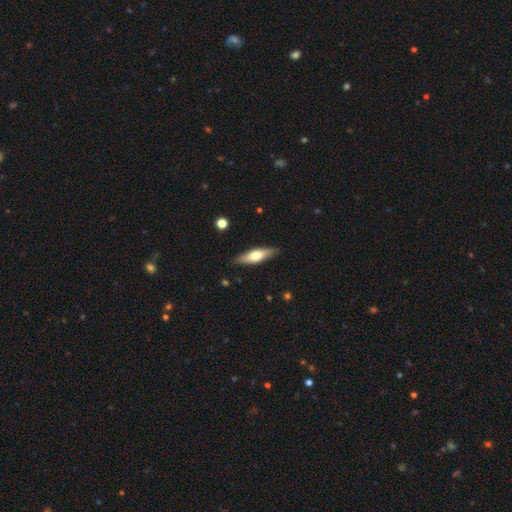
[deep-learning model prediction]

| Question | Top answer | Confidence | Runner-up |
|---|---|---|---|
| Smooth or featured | smooth | 55% | featured or disk (39%) |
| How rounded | cigar-shaped | 57% | in between (41%) |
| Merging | none | 87% | minor disturbance (10%) |